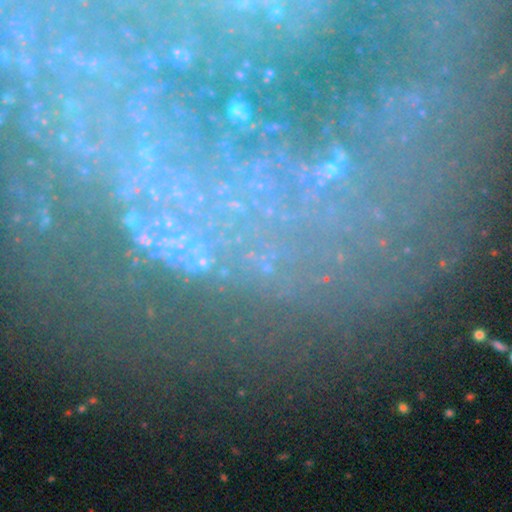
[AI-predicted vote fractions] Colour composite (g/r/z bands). It shows a star or artifact, not a galaxy (51%).